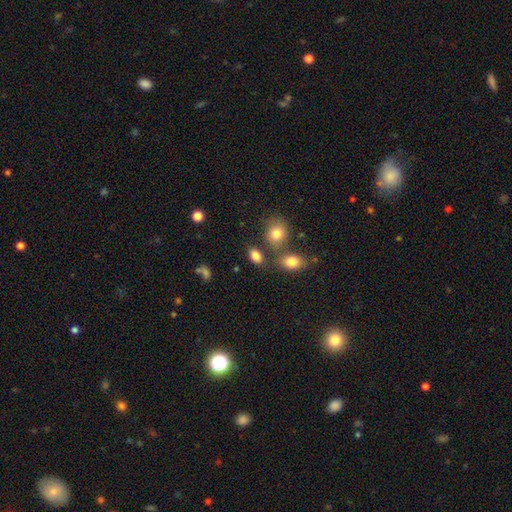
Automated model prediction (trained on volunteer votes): This is clearly a smooth galaxy (83%). How rounded: clearly in between (82%). Merging: likely none (68%).